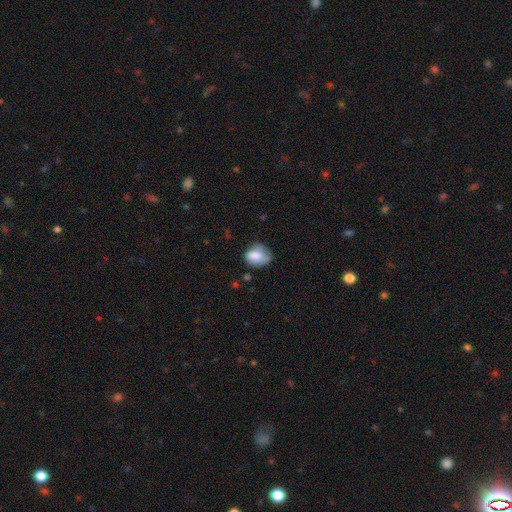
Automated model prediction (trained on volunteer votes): Morphology: type=smooth (76%); roundness=round (54%); merging=none (46%).